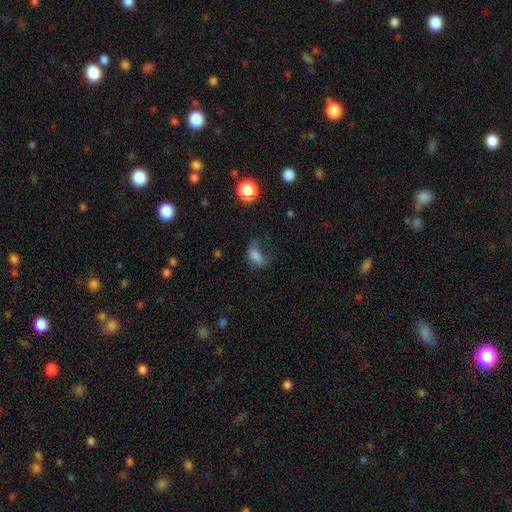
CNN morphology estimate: Smooth or featured: smooth — 70% (featured or disk — 16%)
How rounded: in between — 85% (round — 11%)
Merging: major disturbance — 48% (none — 25%)